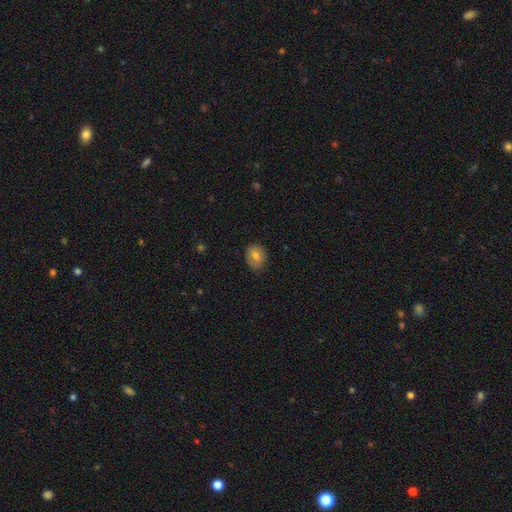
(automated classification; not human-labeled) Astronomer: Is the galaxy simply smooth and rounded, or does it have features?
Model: smooth — 76%.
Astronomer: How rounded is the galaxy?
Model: in between — 58% (runner-up: round, 41%).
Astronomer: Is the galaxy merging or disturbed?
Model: none — 80%.